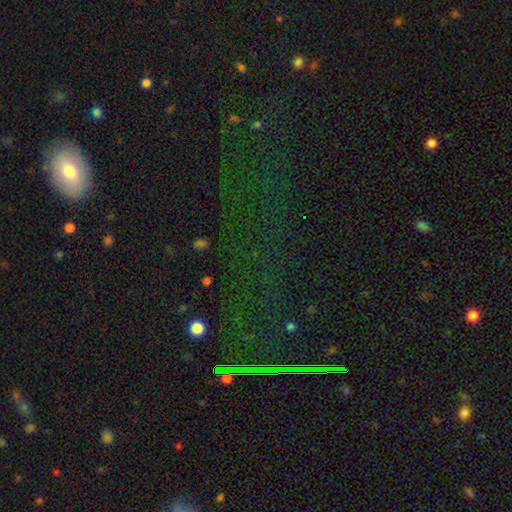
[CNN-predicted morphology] This appears to be a star or artifact, not a galaxy (72%).